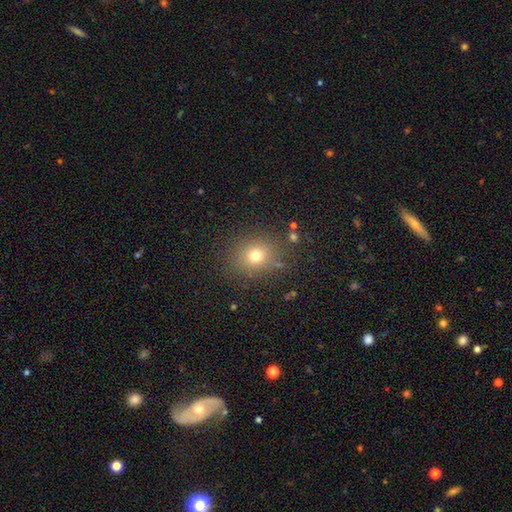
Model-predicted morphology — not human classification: The model was most divided on "how rounded": round: 73%, in between: 26%, cigar-shaped: 1%. More confident: merging — none (84%); smooth or featured — smooth (73%).